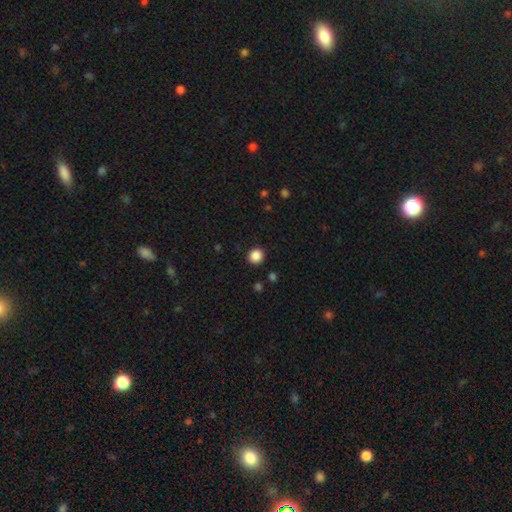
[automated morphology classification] A smooth galaxy with no disk features (88%) that is round (90%).

Vote fractions:
- Smooth or featured? smooth: 88% / star or artifact: 10% / featured or disk: 2%
- How rounded? round: 90% / in between: 9% / cigar-shaped: 1%
- Merging? none: 92% / minor disturbance: 5% / major disturbance: 2% / merger: 1%